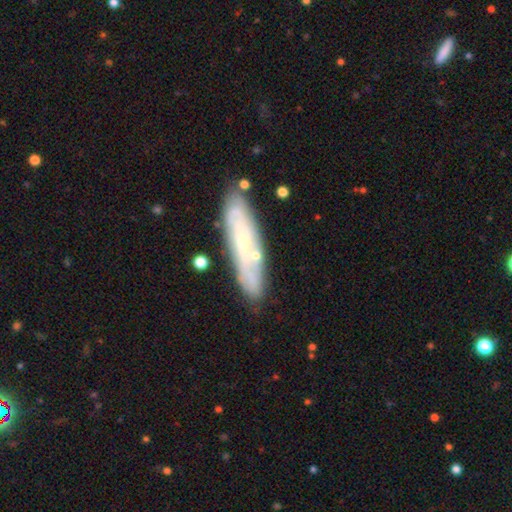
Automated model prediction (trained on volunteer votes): A featured or disk galaxy (55%).

Vote fractions:
- Smooth or featured? featured or disk: 55% / smooth: 38% / star or artifact: 7%
- Edge-on disk? no: 70% / yes: 30%
- Merging? none: 72% / minor disturbance: 16% / merger: 7% / major disturbance: 5%